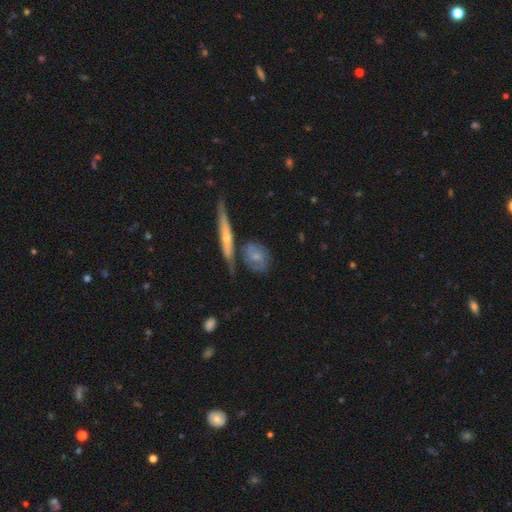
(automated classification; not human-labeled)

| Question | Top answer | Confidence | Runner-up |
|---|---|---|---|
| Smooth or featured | featured or disk | 62% | smooth (32%) |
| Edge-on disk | no | 78% | yes (22%) |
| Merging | none | 57% | minor disturbance (19%) |